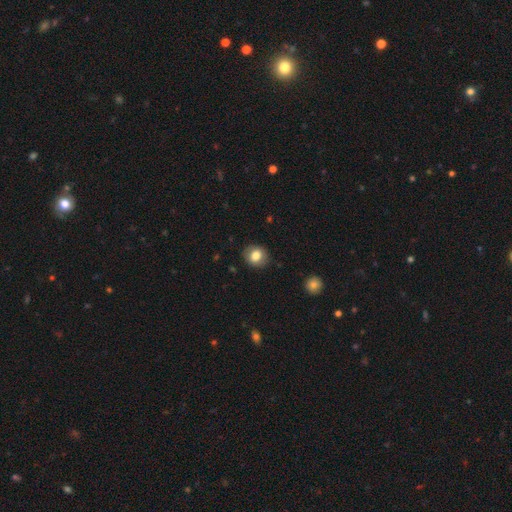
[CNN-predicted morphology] The model was most divided on "how rounded": round: 72%, in between: 27%, cigar-shaped: 1%. More confident: merging — none (86%); smooth or featured — smooth (80%).